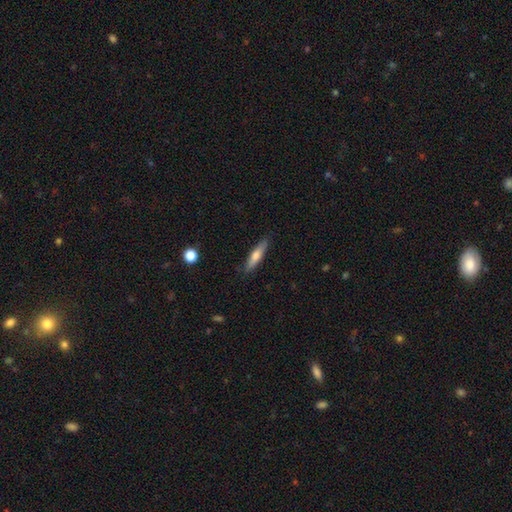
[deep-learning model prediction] smooth_or_featured: smooth (p=0.63) [alt: featured or disk p=0.30]
how_rounded: cigar-shaped (p=0.78) [alt: in between p=0.20]
merging: none (p=0.85) [alt: minor disturbance p=0.11]